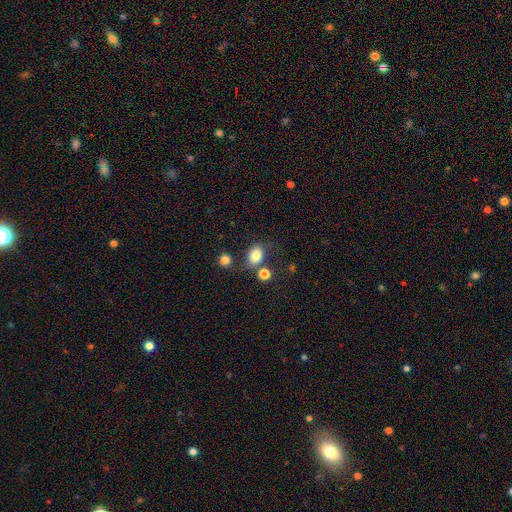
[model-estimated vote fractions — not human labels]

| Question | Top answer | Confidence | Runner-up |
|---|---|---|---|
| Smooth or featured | smooth | 81% | star or artifact (10%) |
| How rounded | in between | 66% | round (32%) |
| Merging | none | 62% | merger (16%) |